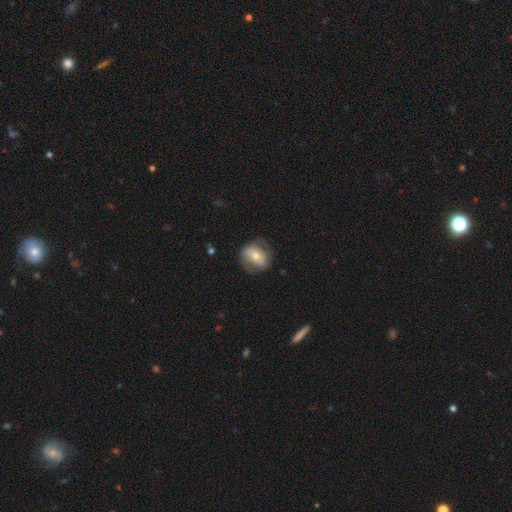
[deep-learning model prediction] The model was most divided on "how rounded": round: 50%, in between: 48%, cigar-shaped: 2%. More confident: merging — none (68%); smooth or featured — smooth (52%).